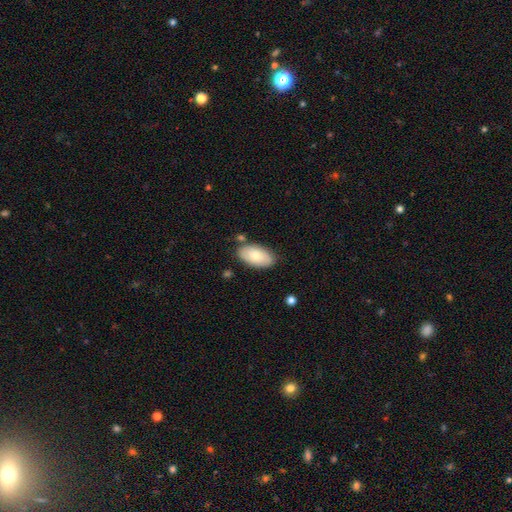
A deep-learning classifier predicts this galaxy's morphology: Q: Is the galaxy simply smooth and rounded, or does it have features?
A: smooth — 77%.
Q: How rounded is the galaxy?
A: in between — 95%.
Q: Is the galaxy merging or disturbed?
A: none — 79%.